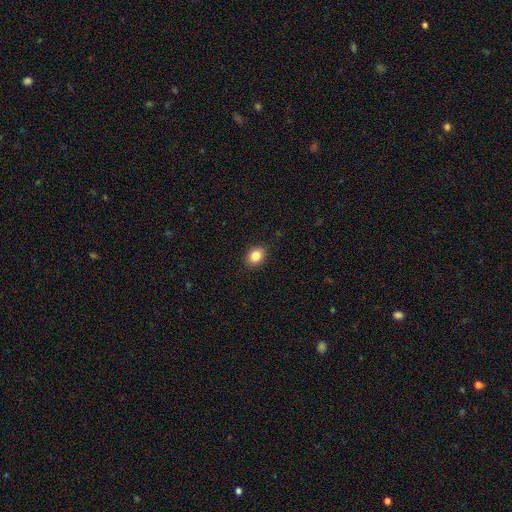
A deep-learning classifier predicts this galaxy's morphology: This appears to be a smooth galaxy with no disk features (85%) that is in between round and cigar-shaped (61%). Merging: none (89%).